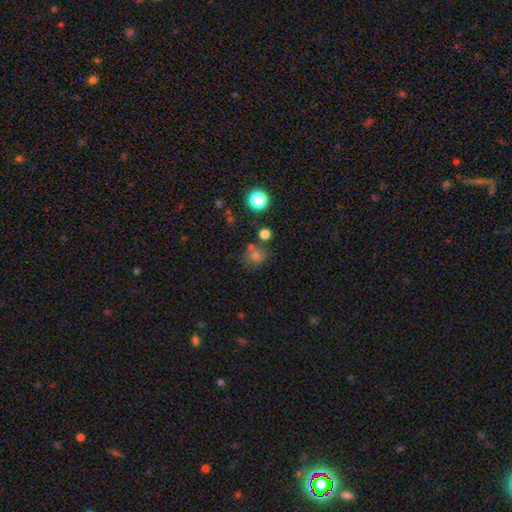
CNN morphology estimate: Smooth or featured?
  - smooth: 71% *
  - star or artifact: 19%
  - featured or disk: 10%
How rounded?
  - round: 84% *
  - in between: 15%
  - cigar-shaped: 1%
Merging?
  - none: 65% *
  - merger: 16%
  - minor disturbance: 14%
  - major disturbance: 5%